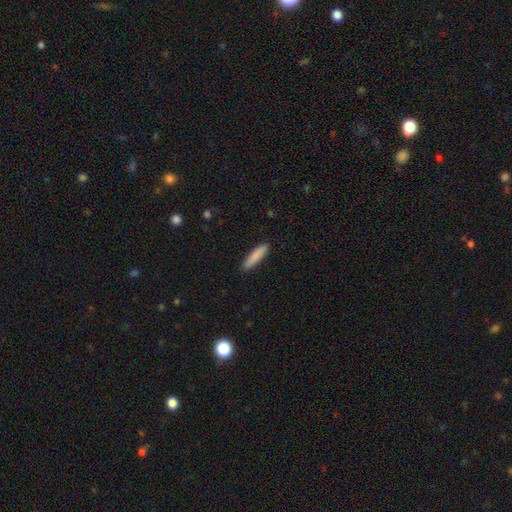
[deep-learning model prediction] The model was most divided on "how rounded": cigar-shaped: 83%, in between: 15%, round: 1%. More confident: merging — none (90%); smooth or featured — smooth (86%).